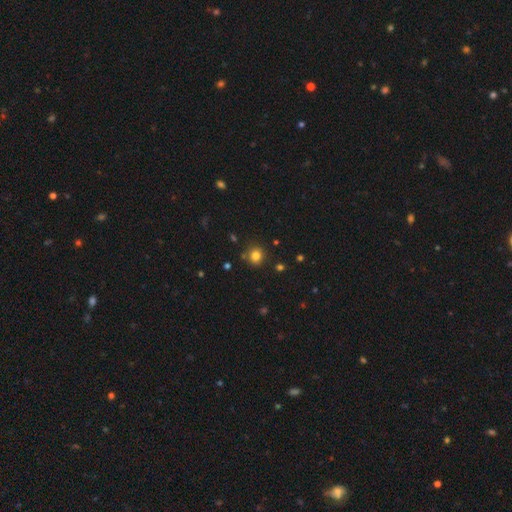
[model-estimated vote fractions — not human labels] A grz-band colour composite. It shows a smooth galaxy with no disk features (80%) that is round (85%). Merging: none (83%).